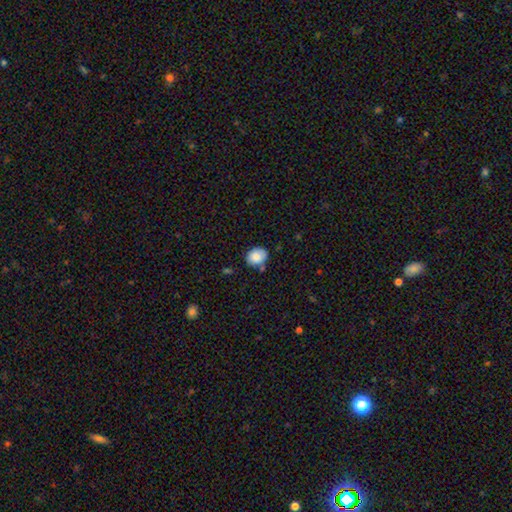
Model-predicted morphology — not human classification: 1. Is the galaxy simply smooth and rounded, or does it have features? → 85% smooth, 8% star or artifact, 7% featured or disk.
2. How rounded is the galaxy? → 50% round, 49% in between, 1% cigar-shaped.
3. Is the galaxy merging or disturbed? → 70% none, 19% minor disturbance, 7% merger, 4% major disturbance.